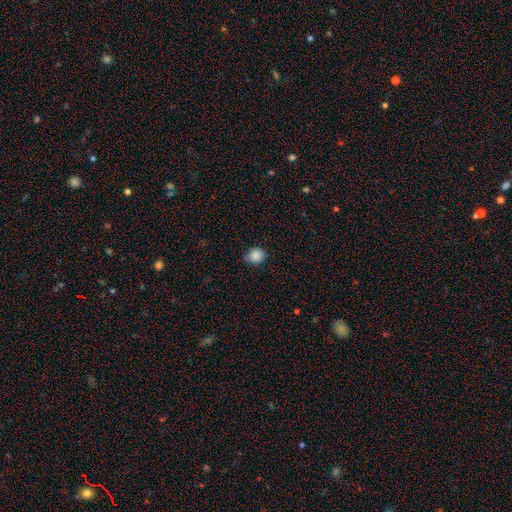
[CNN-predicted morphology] Smooth or featured: smooth — 86% (star or artifact — 10%)
How rounded: round — 79% (in between — 20%)
Merging: none — 74% (minor disturbance — 21%)